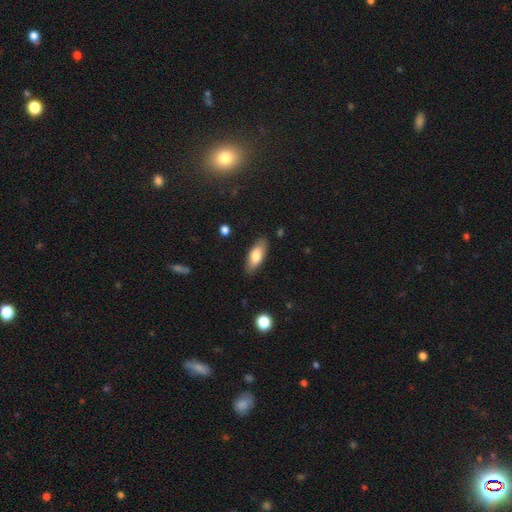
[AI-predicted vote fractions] Smooth or featured? smooth (73%)
How rounded? in between (75%)
Merging? none (86%)